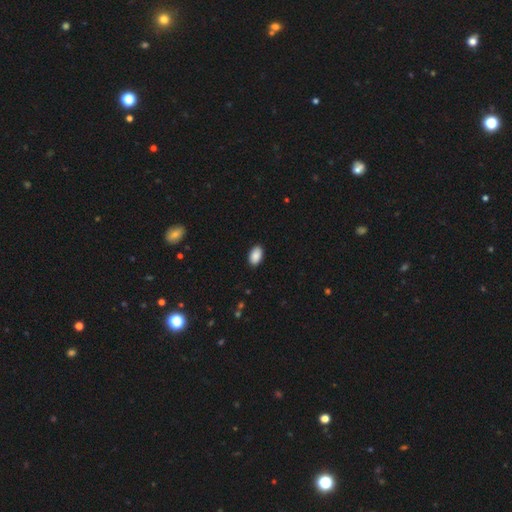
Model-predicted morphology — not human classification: smooth 90%, star or artifact 7%, featured or disk 3%. Down the decision tree: how rounded — in between (94%); merging — none (90%).